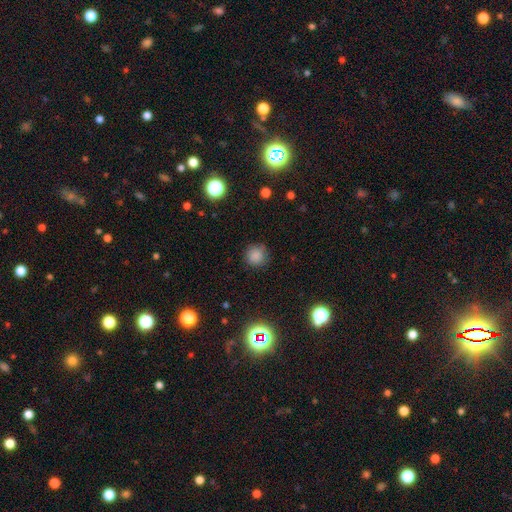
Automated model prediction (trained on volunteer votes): The model was most divided on "smooth or featured": smooth: 82%, star or artifact: 14%, featured or disk: 4%. More confident: how rounded — round (93%); merging — none (84%).